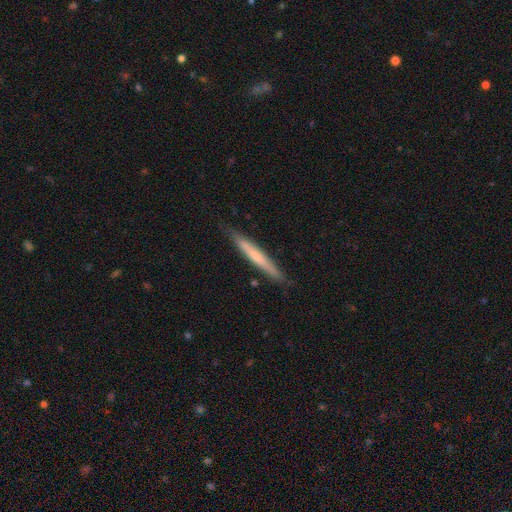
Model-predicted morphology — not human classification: This is possibly a smooth galaxy (50%). Merging: clearly none (87%).